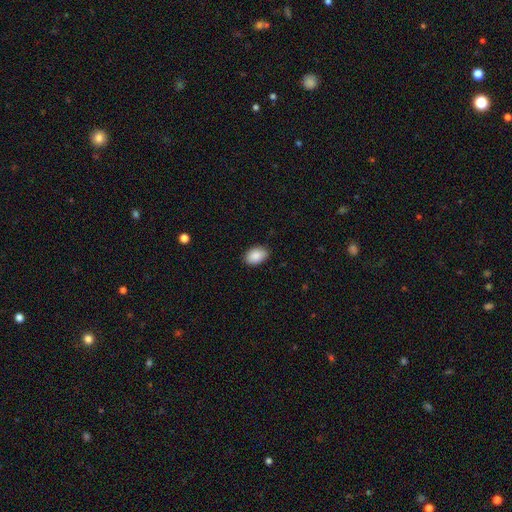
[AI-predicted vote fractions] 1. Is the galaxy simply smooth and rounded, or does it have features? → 89% smooth, 7% star or artifact, 4% featured or disk.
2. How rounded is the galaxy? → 88% in between, 11% round, 1% cigar-shaped.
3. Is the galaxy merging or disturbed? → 87% none, 10% minor disturbance, 2% major disturbance, 1% merger.